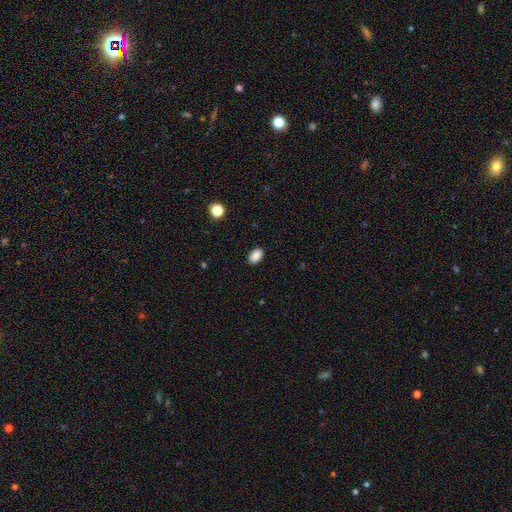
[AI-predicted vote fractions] This is clearly a smooth galaxy (88%). How rounded: clearly in between (88%). Merging: clearly none (89%).